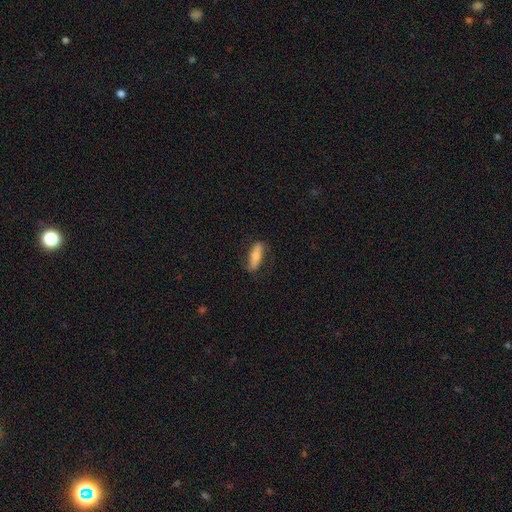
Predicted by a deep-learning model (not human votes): Morphology: type=smooth (60%); roundness=in between (51%); merging=none (76%).